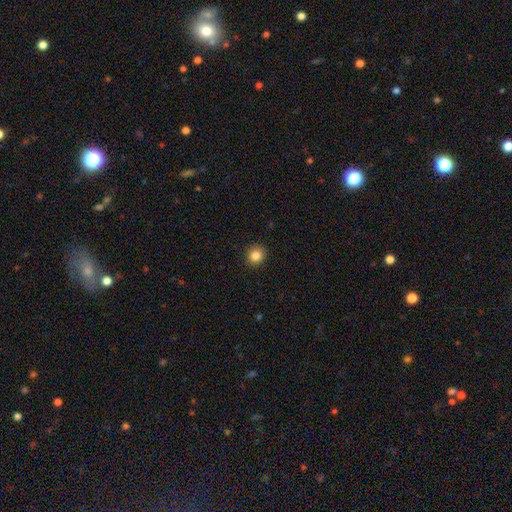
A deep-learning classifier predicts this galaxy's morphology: This is clearly a smooth galaxy (84%). How rounded: clearly round (85%). Merging: clearly none (91%).